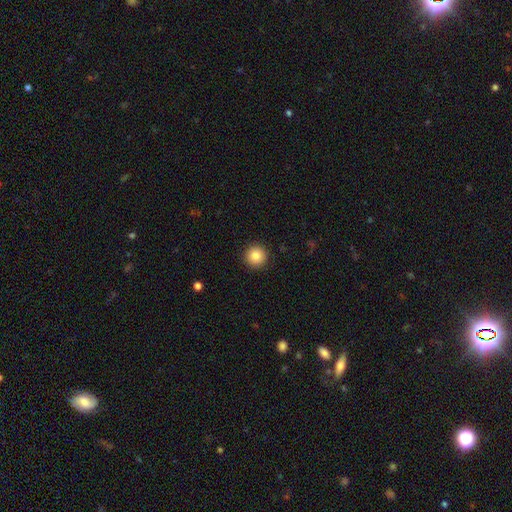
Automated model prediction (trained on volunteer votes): The model was most divided on "smooth or featured": smooth: 85%, star or artifact: 10%, featured or disk: 5%. More confident: how rounded — round (96%); merging — none (93%).